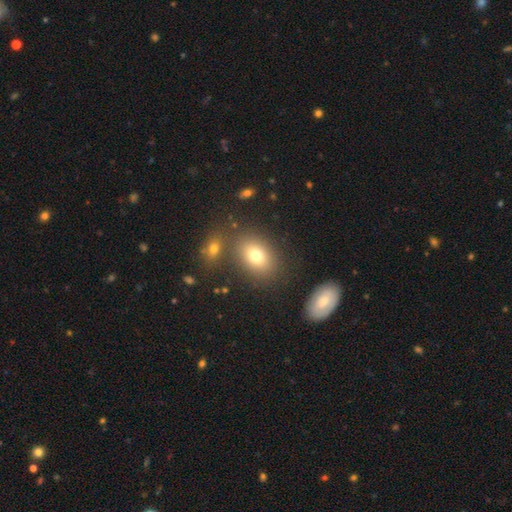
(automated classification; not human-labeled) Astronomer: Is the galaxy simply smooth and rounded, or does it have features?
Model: smooth — 76%.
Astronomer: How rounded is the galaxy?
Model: in between — 72%.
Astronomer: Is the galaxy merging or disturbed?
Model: none — 76%.